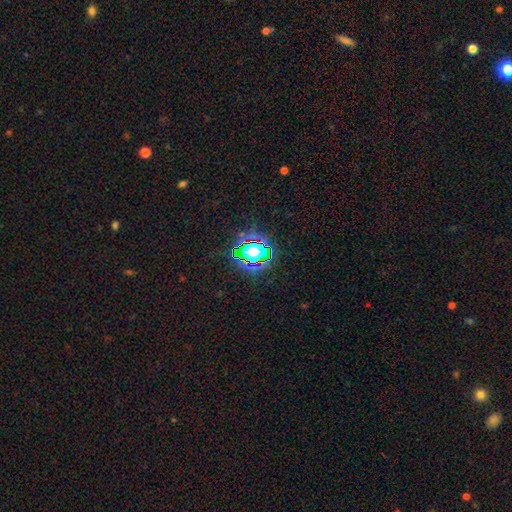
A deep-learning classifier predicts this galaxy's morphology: smooth-or-featured: star or artifact: 68% | smooth: 19% | featured or disk: 12%